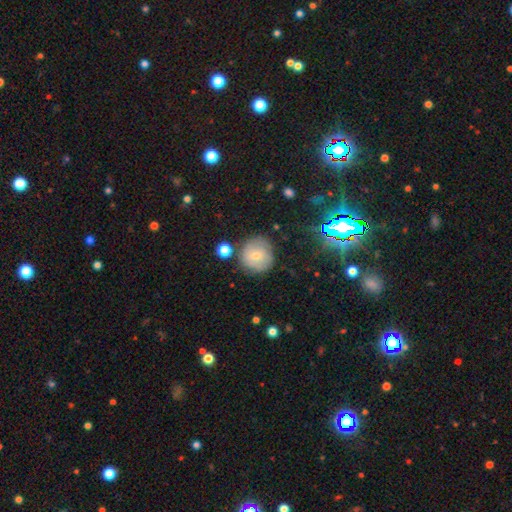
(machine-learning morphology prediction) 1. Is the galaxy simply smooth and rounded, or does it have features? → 59% smooth, 30% featured or disk, 11% star or artifact.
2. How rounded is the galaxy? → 90% round, 9% in between, 1% cigar-shaped.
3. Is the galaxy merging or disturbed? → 74% none, 16% minor disturbance, 5% major disturbance, 5% merger.